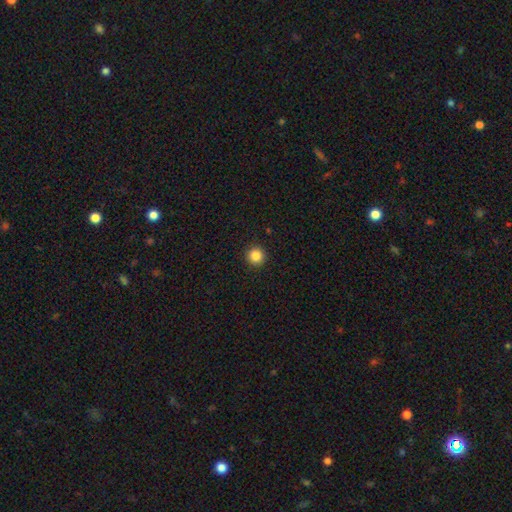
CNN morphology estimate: Smooth or featured? Predicted: smooth (p=0.85). How rounded? Predicted: round (p=0.96). Merging? Predicted: none (p=0.93).